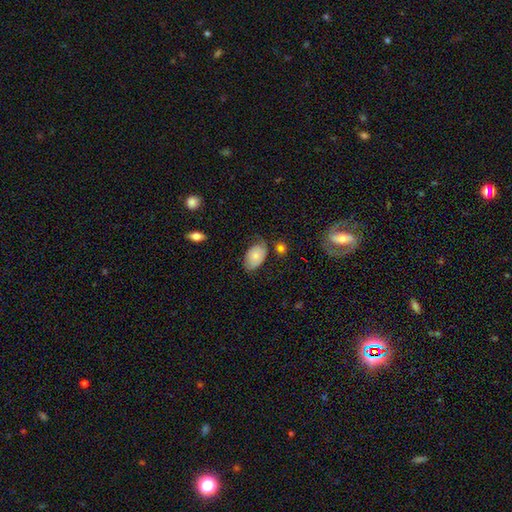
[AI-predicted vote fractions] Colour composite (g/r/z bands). It shows a smooth galaxy with no disk features (72%) that is in between round and cigar-shaped (91%). Merging: none (53%).